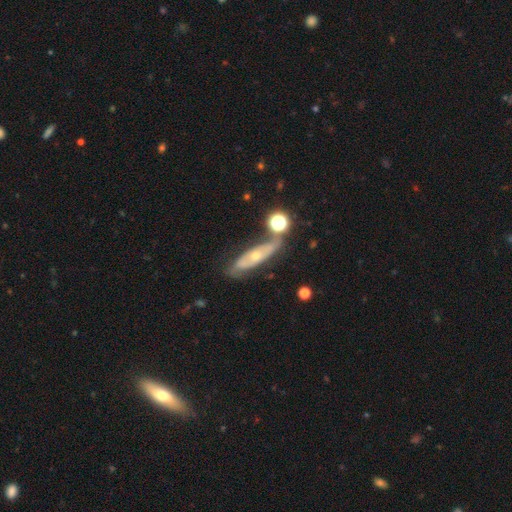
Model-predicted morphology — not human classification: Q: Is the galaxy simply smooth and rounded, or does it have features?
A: featured or disk — 63%.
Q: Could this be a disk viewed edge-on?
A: no — 62%.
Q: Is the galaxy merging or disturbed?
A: none — 63%.